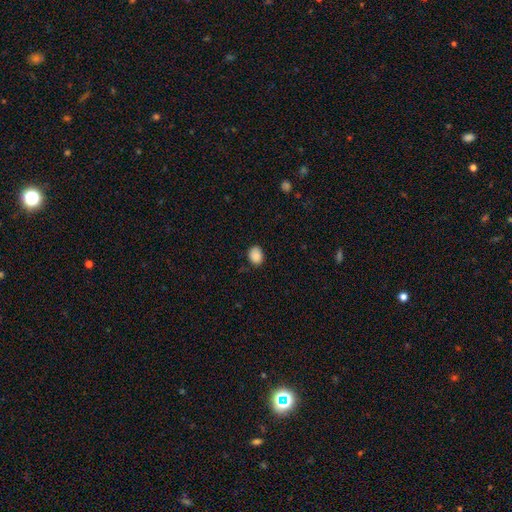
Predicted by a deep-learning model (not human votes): A smooth galaxy with no disk features (88%) that is in between round and cigar-shaped (56%).

Vote fractions:
- Smooth or featured? smooth: 88% / star or artifact: 8% / featured or disk: 3%
- How rounded? in between: 56% / round: 43% / cigar-shaped: 1%
- Merging? none: 80% / minor disturbance: 16% / major disturbance: 3% / merger: 1%